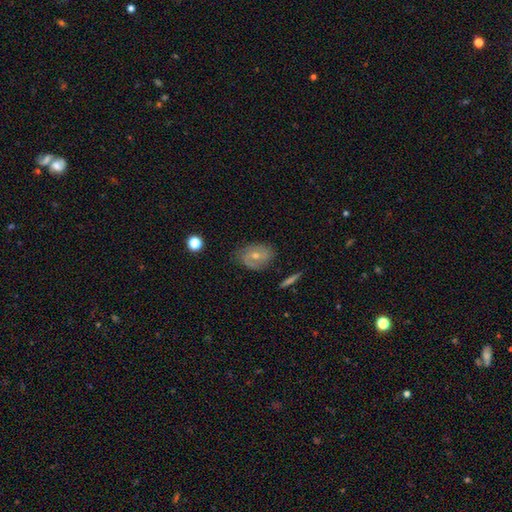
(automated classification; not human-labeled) This is possibly a featured or disk galaxy (52%). It is clearly not viewed edge-on (93%). Merging: likely none (71%).